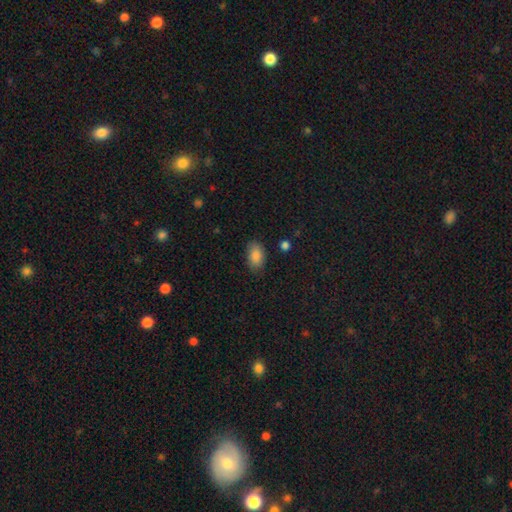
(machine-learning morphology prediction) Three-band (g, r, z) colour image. It shows a smooth galaxy with no disk features (87%) that is in between round and cigar-shaped (91%). Merging: none (79%).